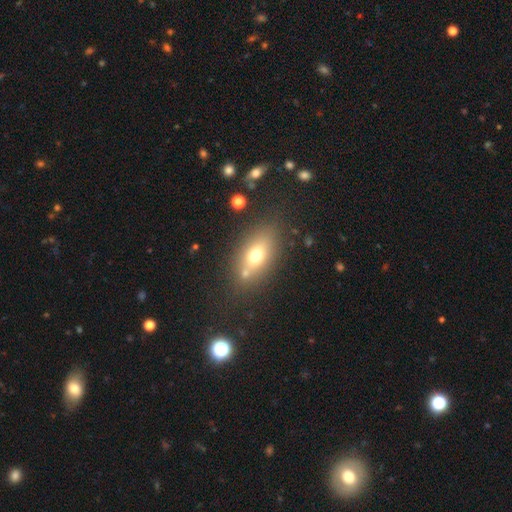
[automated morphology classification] smooth_or_featured: smooth (p=0.67) [alt: featured or disk p=0.21]
how_rounded: in between (p=0.78) [alt: round p=0.13]
merging: none (p=0.70) [alt: minor disturbance p=0.13]